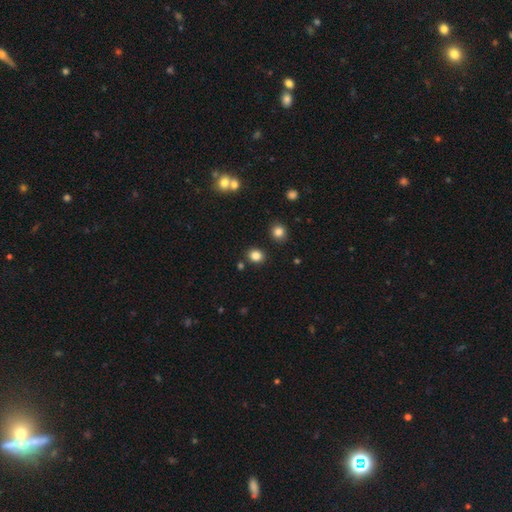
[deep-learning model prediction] Q: Smooth or featured?
A: smooth (84%); runner-up: star or artifact (12%)
Q: How rounded?
A: round (72%); runner-up: in between (28%)
Q: Merging?
A: none (86%); runner-up: minor disturbance (7%)